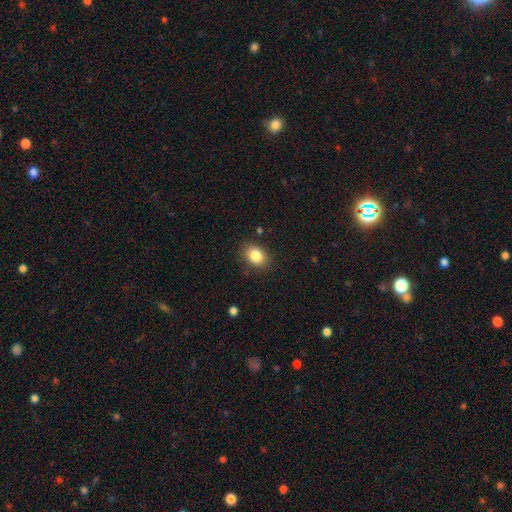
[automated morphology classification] A smooth galaxy with no disk features (84%) that is in between round and cigar-shaped (69%).

Vote fractions:
- Smooth or featured? smooth: 84% / star or artifact: 9% / featured or disk: 7%
- How rounded? in between: 69% / round: 30% / cigar-shaped: 1%
- Merging? none: 85% / minor disturbance: 10% / major disturbance: 3% / merger: 2%